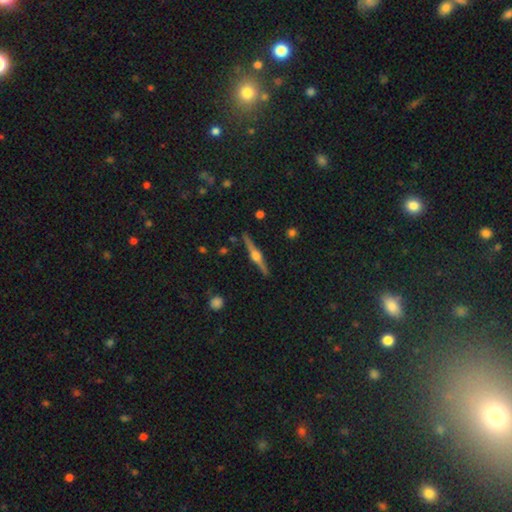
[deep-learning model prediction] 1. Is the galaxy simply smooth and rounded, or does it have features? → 83% featured or disk, 11% smooth, 6% star or artifact.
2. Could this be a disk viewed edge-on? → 98% yes, 2% no.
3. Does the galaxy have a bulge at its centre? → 94% rounded, 4% boxy, 2% none.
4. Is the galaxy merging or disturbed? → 91% none, 7% minor disturbance, 1% merger, 1% major disturbance.